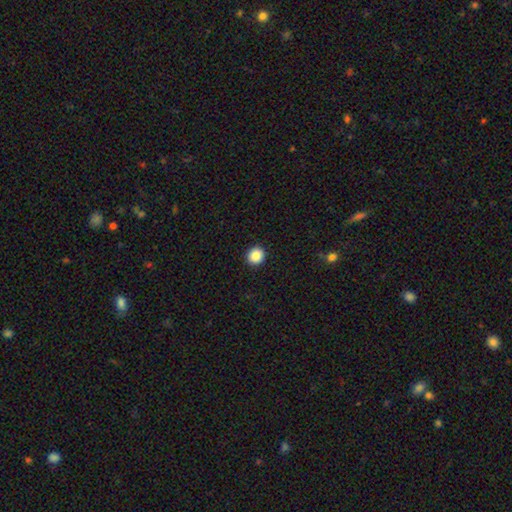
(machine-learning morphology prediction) A smooth galaxy with no disk features (87%) that is round (91%).

Vote fractions:
- Smooth or featured? smooth: 87% / star or artifact: 9% / featured or disk: 4%
- How rounded? round: 91% / in between: 8% / cigar-shaped: 1%
- Merging? none: 93% / minor disturbance: 4% / major disturbance: 2% / merger: 1%